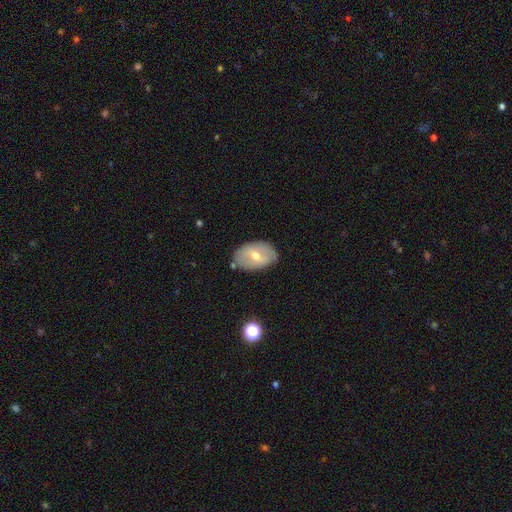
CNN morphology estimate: This is possibly a smooth galaxy (46%, tied with featured or disk). Merging: likely none (77%).